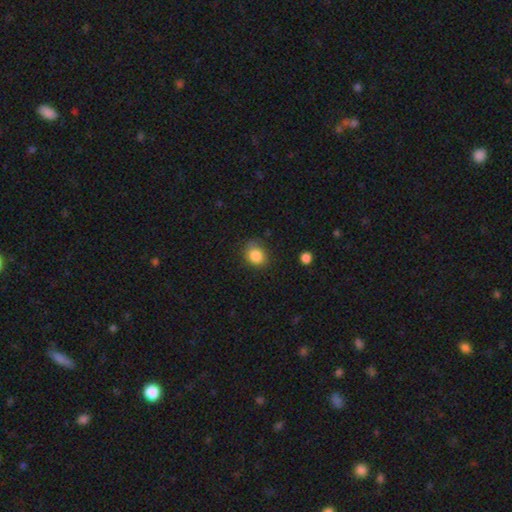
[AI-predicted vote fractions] A smooth galaxy with no disk features (85%) that is round (59%).

Vote fractions:
- Smooth or featured? smooth: 85% / star or artifact: 10% / featured or disk: 5%
- How rounded? round: 59% / in between: 40% / cigar-shaped: 1%
- Merging? none: 74% / minor disturbance: 20% / major disturbance: 4% / merger: 2%